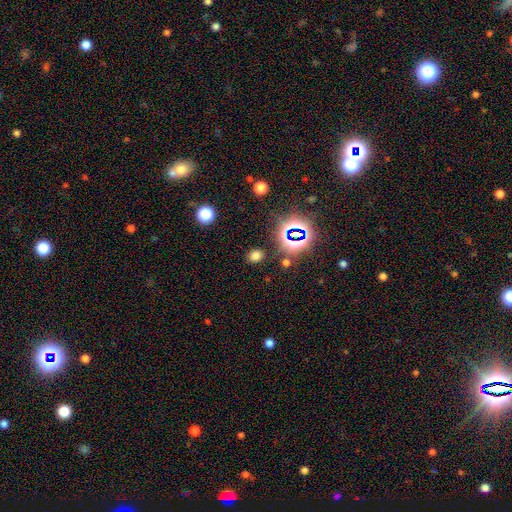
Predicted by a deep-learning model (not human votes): The model was most divided on "how rounded": round: 56%, in between: 42%, cigar-shaped: 1%. More confident: merging — none (86%); smooth or featured — smooth (66%).